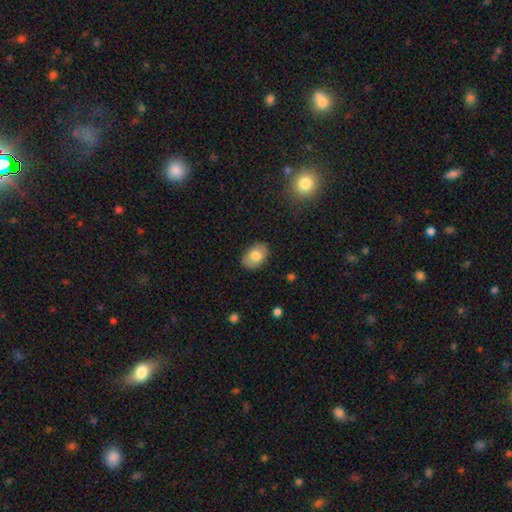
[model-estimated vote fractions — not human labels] Smooth or featured: smooth — 78% (featured or disk — 15%)
How rounded: in between — 85% (round — 14%)
Merging: none — 85% (minor disturbance — 11%)